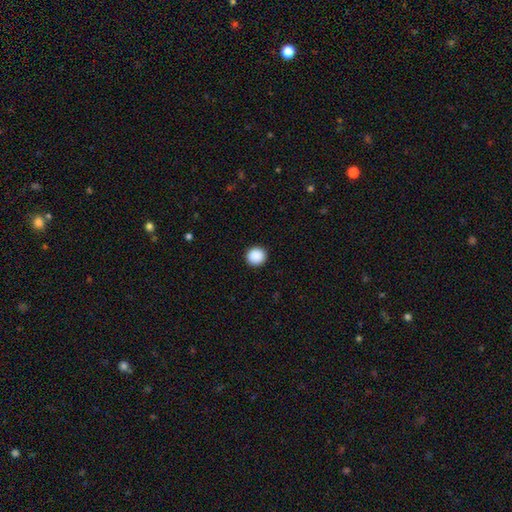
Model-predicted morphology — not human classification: A smooth galaxy with no disk features (90%) that is round (94%).

Vote fractions:
- Smooth or featured? smooth: 90% / star or artifact: 8% / featured or disk: 2%
- How rounded? round: 94% / in between: 5% / cigar-shaped: 1%
- Merging? none: 93% / minor disturbance: 5% / major disturbance: 2% / merger: 1%